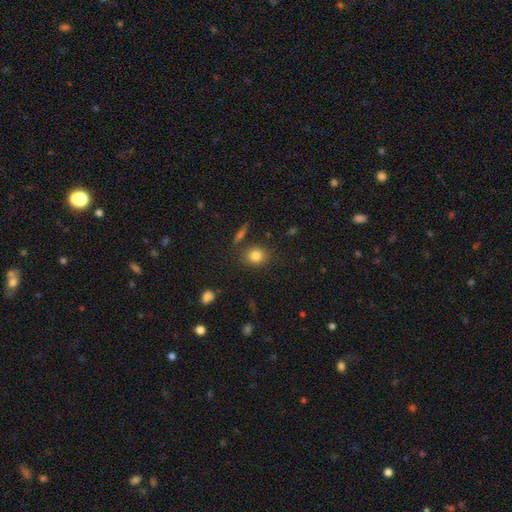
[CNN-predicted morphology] Smooth or featured? smooth (82%)
How rounded? round (73%)
Merging? none (81%)